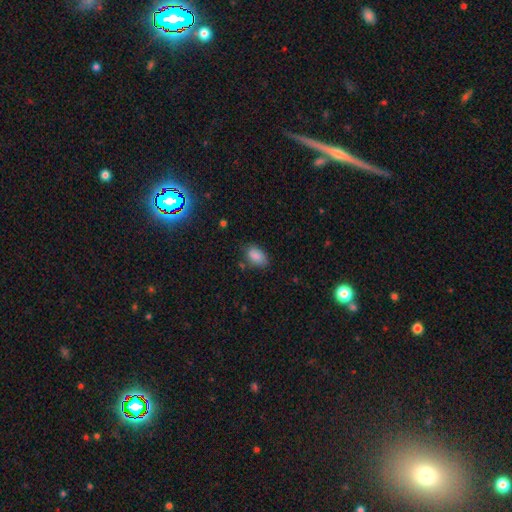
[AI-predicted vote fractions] Smooth or featured: smooth — 87% (star or artifact — 8%)
How rounded: in between — 89% (round — 9%)
Merging: none — 72% (minor disturbance — 21%)